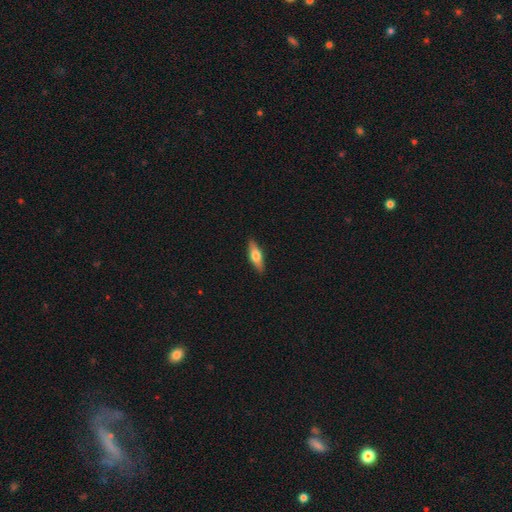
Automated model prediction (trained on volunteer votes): Smooth or featured: smooth — 58% (featured or disk — 36%)
How rounded: in between — 50% (cigar-shaped — 47%)
Merging: none — 89% (minor disturbance — 8%)